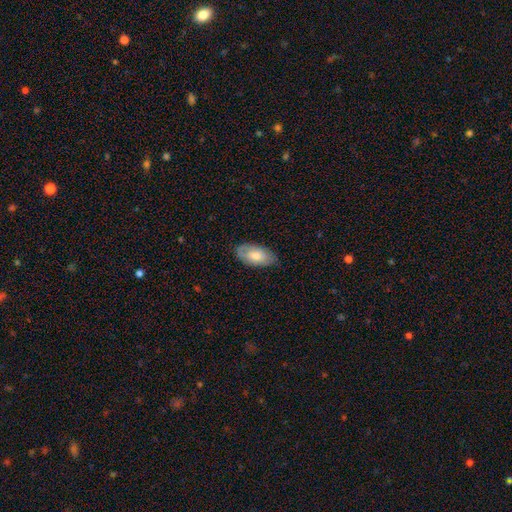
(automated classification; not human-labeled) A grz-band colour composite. It shows a smooth galaxy with no disk features (68%) that is in between round and cigar-shaped (94%). Merging: none (75%).